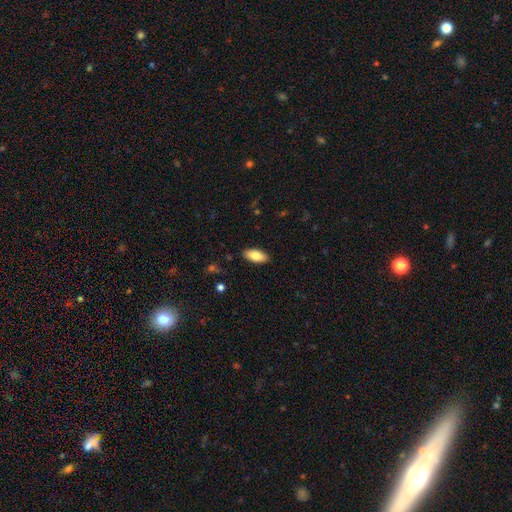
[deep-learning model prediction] This is clearly a smooth galaxy (84%). How rounded: clearly in between (86%). Merging: clearly none (89%).